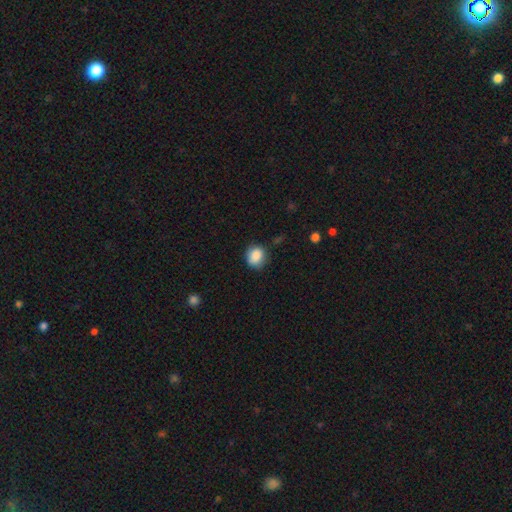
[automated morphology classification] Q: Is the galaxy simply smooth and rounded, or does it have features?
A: smooth — 87%.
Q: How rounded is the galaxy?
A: round — 71%.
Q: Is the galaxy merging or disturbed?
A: none — 73%.